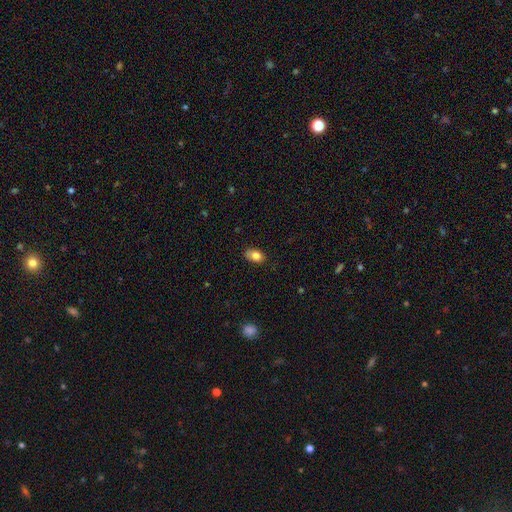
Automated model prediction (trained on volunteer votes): This is clearly a smooth galaxy (81%). How rounded: clearly in between (82%). Merging: likely none (76%).